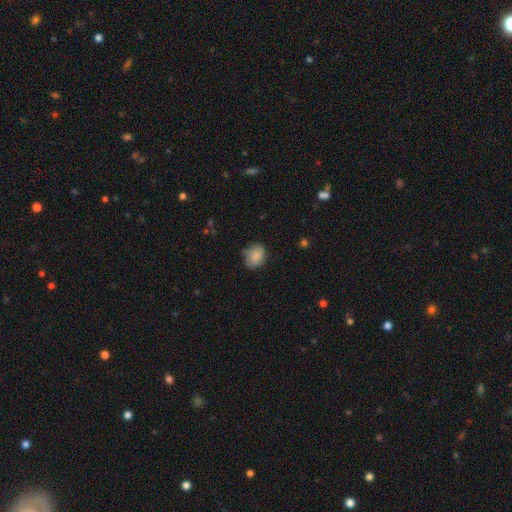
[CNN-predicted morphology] A smooth galaxy with no disk features (85%) that is round (62%). Merging: none (73%).